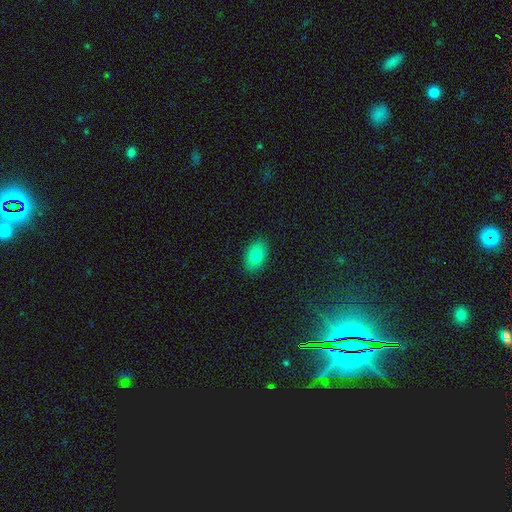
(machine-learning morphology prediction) Overall: smooth (82%). How rounded: in between (91%). Merging: none (88%).